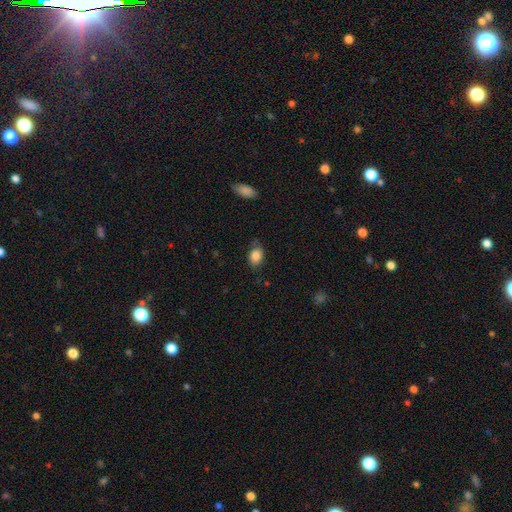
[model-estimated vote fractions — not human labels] Smooth or featured? Predicted: smooth (p=0.84). How rounded? Predicted: in between (p=0.78). Merging? Predicted: none (p=0.69).